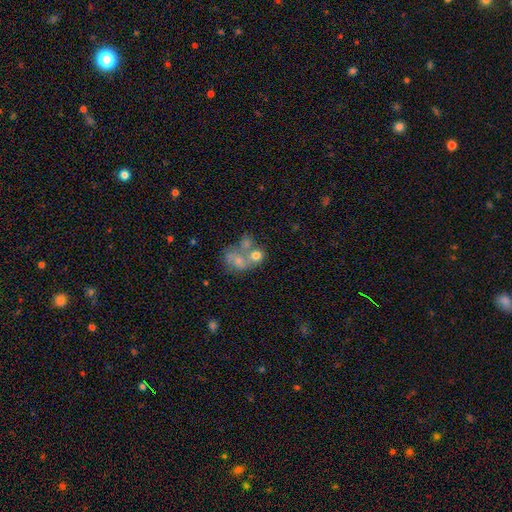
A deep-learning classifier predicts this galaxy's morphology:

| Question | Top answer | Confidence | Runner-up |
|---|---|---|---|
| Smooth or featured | smooth | 61% | featured or disk (26%) |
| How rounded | round | 59% | in between (40%) |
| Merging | merger | 59% | none (23%) |